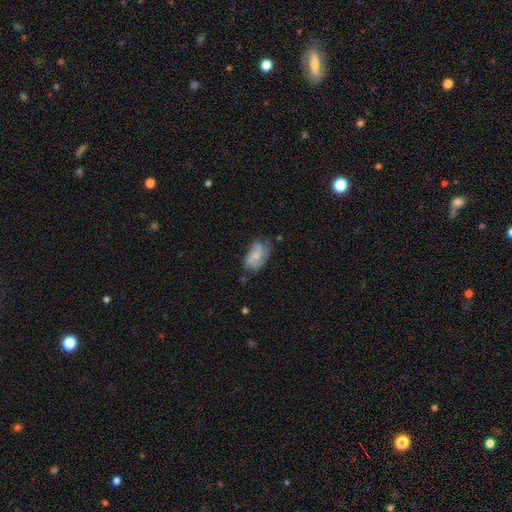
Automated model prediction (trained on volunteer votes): smooth 48%, featured or disk 45%, star or artifact 7%. Down the decision tree: merging — none (53%).